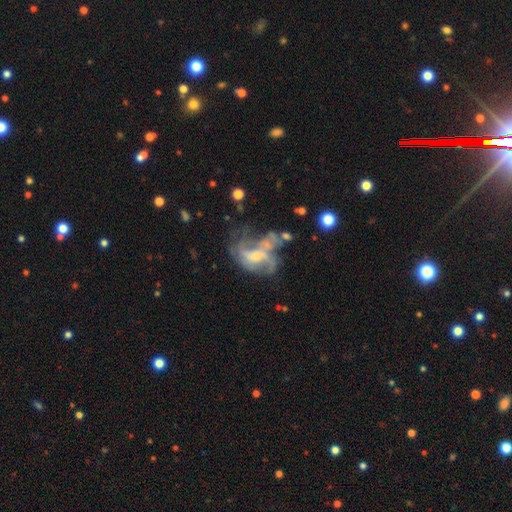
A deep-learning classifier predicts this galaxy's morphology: This is likely a featured or disk galaxy (71%). It is clearly not viewed edge-on (97%). Bar: likely no (62%). Spiral arm pattern: possibly yes (59%). Central bulge: possibly small (48%). Merging: marginally major disturbance (40%).